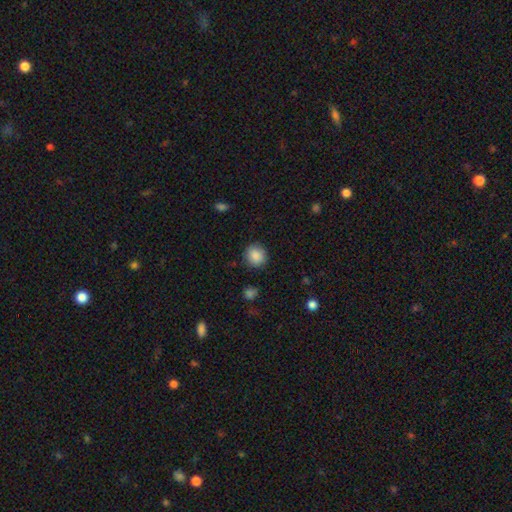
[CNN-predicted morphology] A smooth galaxy with no disk features (88%) that is round (84%). Merging: none (89%).